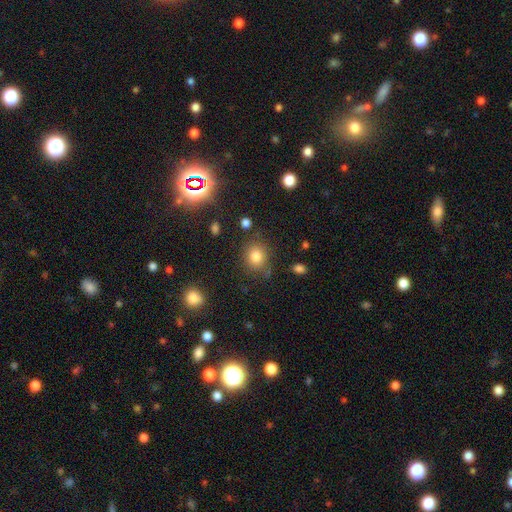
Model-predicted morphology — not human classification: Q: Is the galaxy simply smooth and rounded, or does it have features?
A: smooth — 80%.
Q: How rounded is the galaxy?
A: round — 71%.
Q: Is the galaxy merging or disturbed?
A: none — 78%.